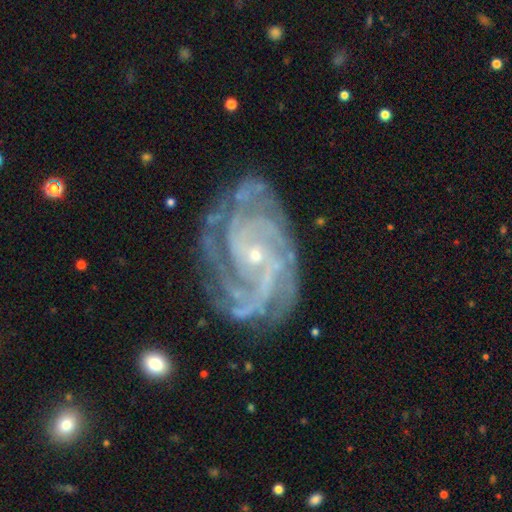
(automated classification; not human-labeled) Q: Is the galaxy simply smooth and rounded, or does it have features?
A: featured or disk — 91%.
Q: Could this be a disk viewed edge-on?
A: no — 97%.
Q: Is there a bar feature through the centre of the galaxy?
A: no — 65%.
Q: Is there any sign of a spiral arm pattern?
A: yes — 98%.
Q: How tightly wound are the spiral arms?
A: tight — 66%.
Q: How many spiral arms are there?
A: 4 — 28%.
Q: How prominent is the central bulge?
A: small — 84%.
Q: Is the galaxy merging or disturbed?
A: none — 73%.